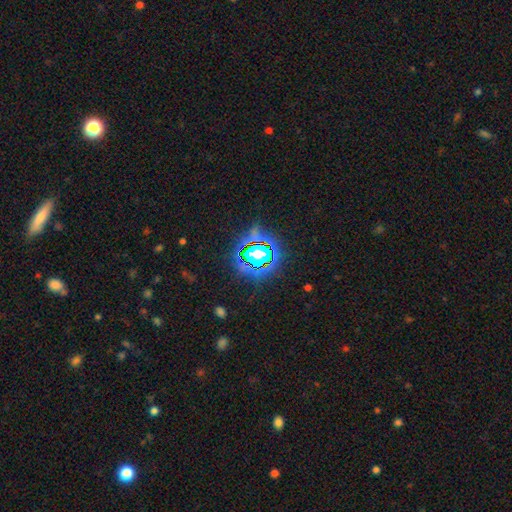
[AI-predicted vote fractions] Q: Smooth or featured?
A: star or artifact (81%); runner-up: smooth (12%)